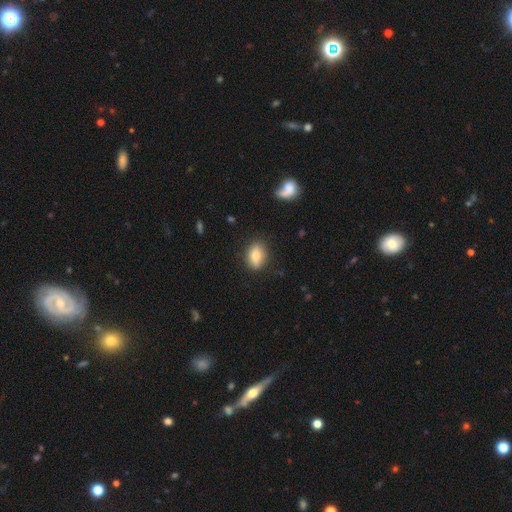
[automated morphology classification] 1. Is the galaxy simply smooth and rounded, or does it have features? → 75% smooth, 17% featured or disk, 8% star or artifact.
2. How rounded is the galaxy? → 78% in between, 19% round, 3% cigar-shaped.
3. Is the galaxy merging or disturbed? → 83% none, 13% minor disturbance, 3% major disturbance, 2% merger.